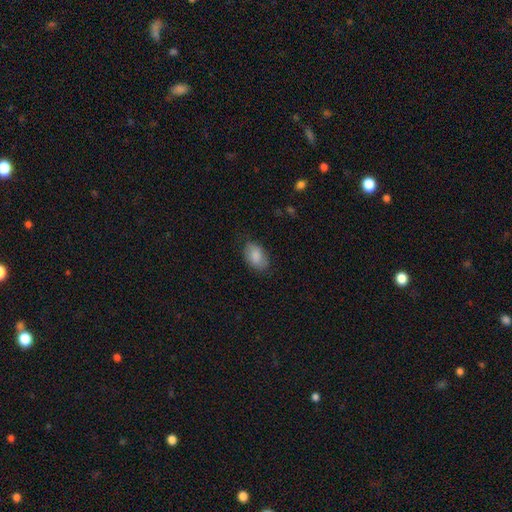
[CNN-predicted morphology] smooth_or_featured: smooth (p=0.84) [alt: featured or disk p=0.10]
how_rounded: in between (p=0.90) [alt: round p=0.09]
merging: none (p=0.74) [alt: minor disturbance p=0.19]